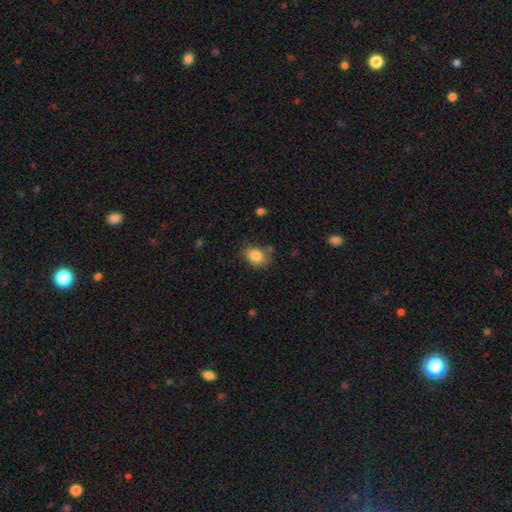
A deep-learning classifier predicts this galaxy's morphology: Overall: smooth (84%). How rounded: in between (70%). Merging: none (75%).